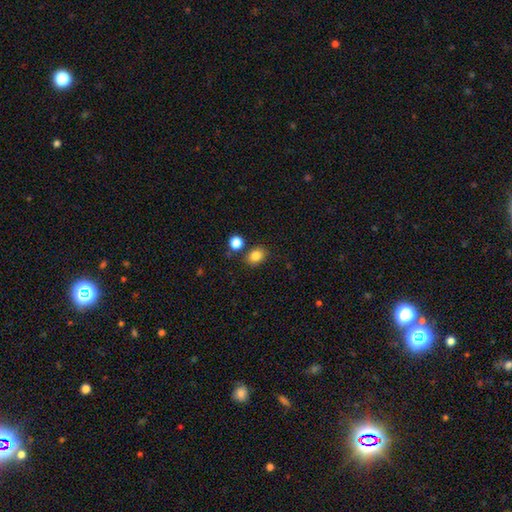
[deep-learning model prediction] smooth 84%, star or artifact 11%, featured or disk 5%. Down the decision tree: how rounded — in between (51%); merging — none (78%).